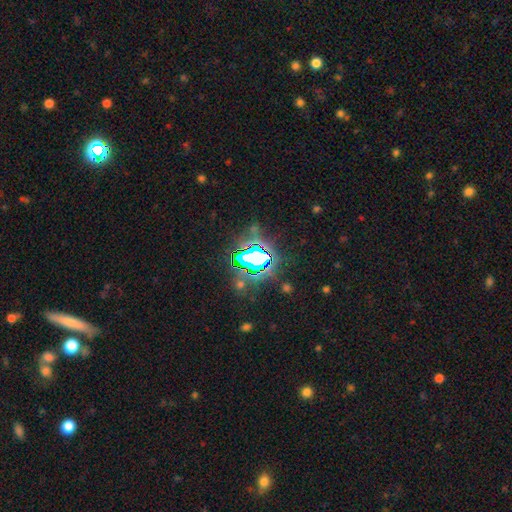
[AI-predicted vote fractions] Q: Smooth or featured?
A: star or artifact (74%); runner-up: smooth (14%)